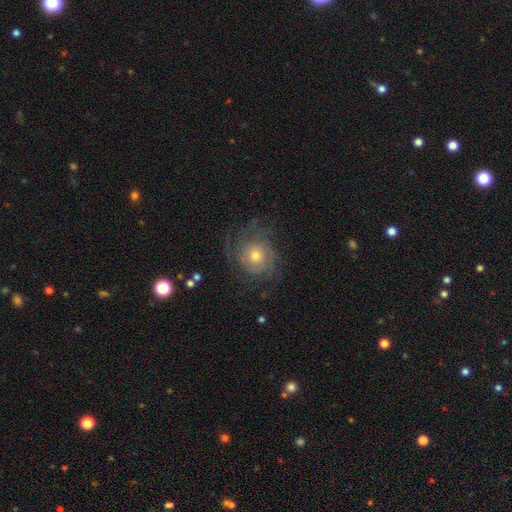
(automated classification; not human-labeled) Smooth or featured? featured or disk (67%)
Edge-on disk? no (97%)
Bar? no (81%)
Spiral arms? yes (88%)
Spiral winding? tight (58%)
Spiral arm count? can't tell (43%)
Bulge size? moderate (63%)
Merging? none (68%)